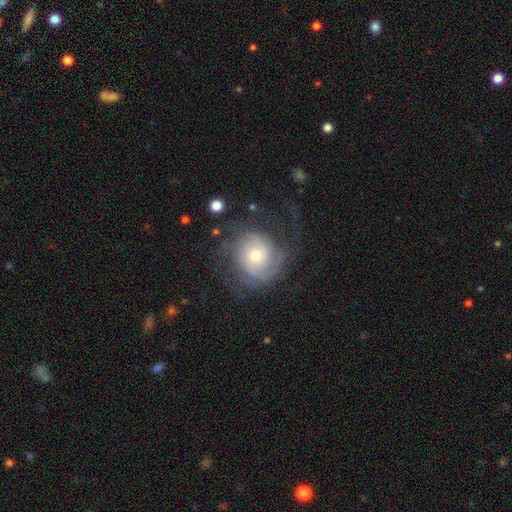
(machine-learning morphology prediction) The model was most divided on "bulge size": small: 47%, moderate: 44%, large: 6%, dominant: 2%, none: 2%. Remaining: edge-on disk — no (98%); spiral arms — yes (91%); smooth or featured — featured or disk (75%); bar — no (74%); merging — none (58%); spiral winding — tight (48%); spiral arm count — 2 (38%).